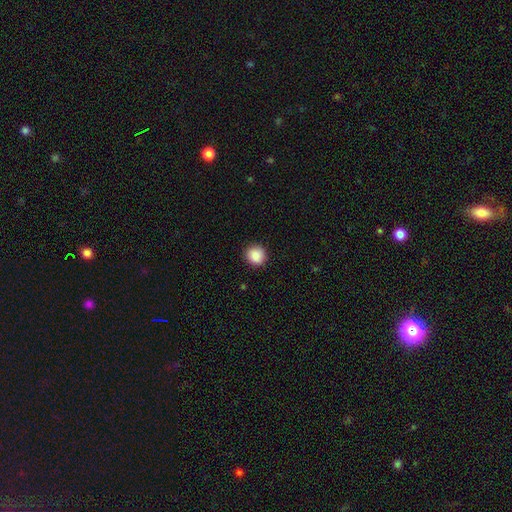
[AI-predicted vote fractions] Overall: smooth (89%). How rounded: round (92%). Merging: none (90%).